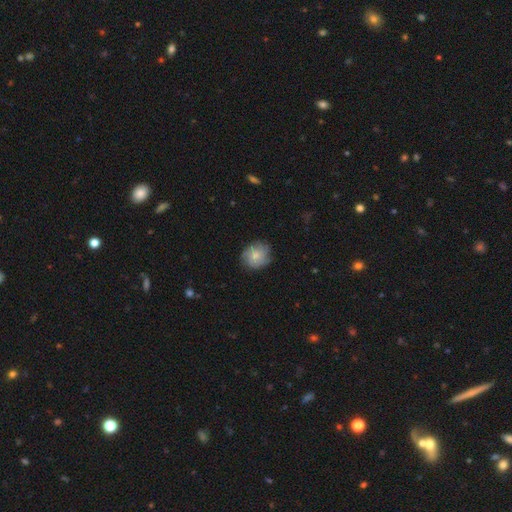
Morphology: type=smooth (60%); roundness=round (88%); merging=none (67%).